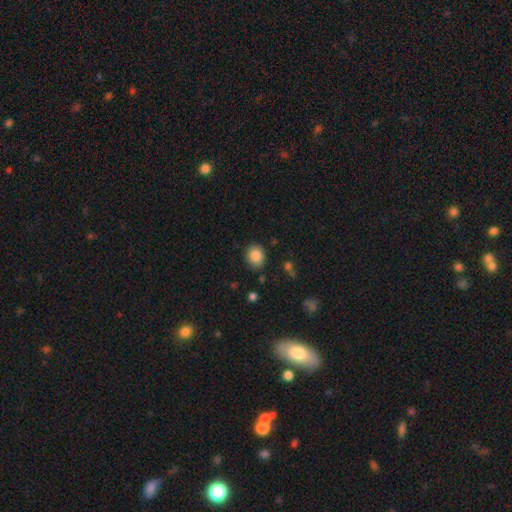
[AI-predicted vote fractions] smooth 85%, star or artifact 9%, featured or disk 6%. Down the decision tree: how rounded — round (69%); merging — none (85%).